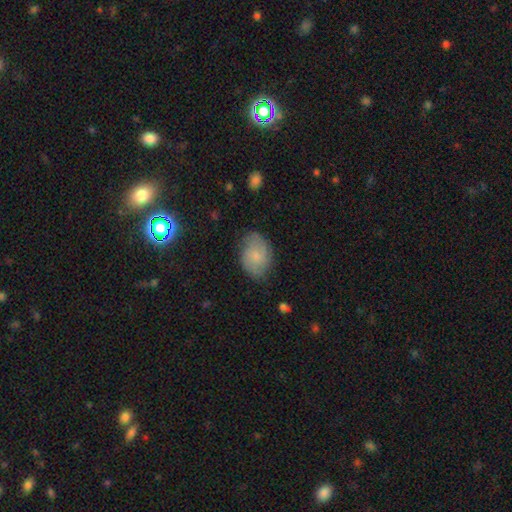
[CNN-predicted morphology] This is possibly a smooth galaxy (56%). How rounded: likely in between (75%). Merging: likely none (72%).